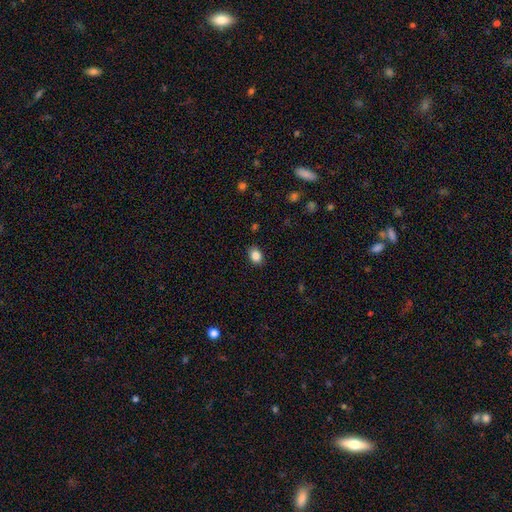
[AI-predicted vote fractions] Smooth or featured: smooth — 86% (star or artifact — 10%)
How rounded: in between — 63% (round — 36%)
Merging: none — 88% (minor disturbance — 9%)